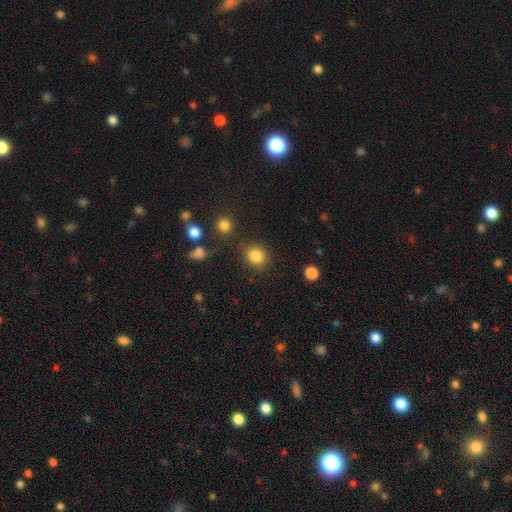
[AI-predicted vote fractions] This is clearly a smooth galaxy (84%). How rounded: likely round (78%). Merging: clearly none (81%).